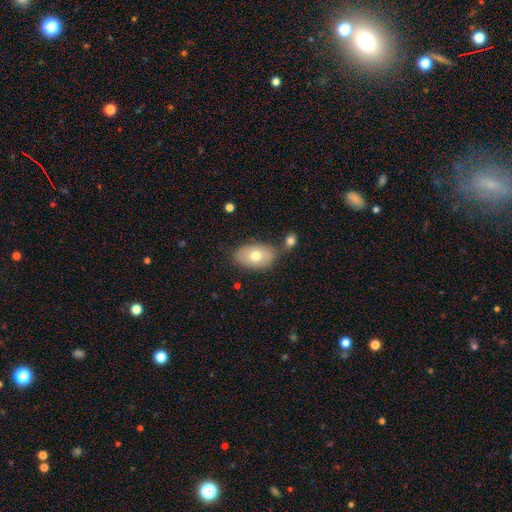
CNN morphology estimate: A smooth galaxy with no disk features (71%) that is in between round and cigar-shaped (88%).

Vote fractions:
- Smooth or featured? smooth: 71% / featured or disk: 21% / star or artifact: 8%
- How rounded? in between: 88% / round: 10% / cigar-shaped: 1%
- Merging? none: 65% / minor disturbance: 17% / merger: 13% / major disturbance: 5%